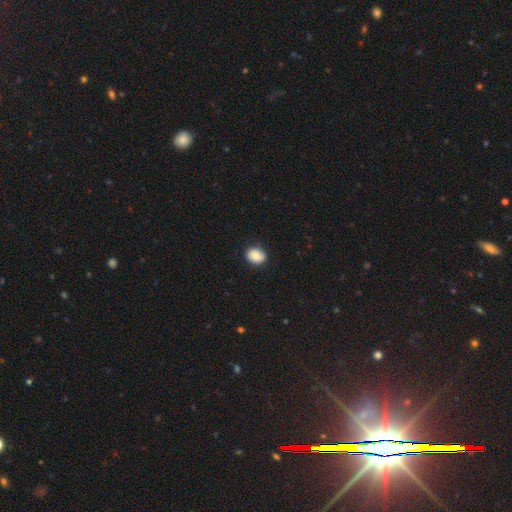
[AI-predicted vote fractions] A smooth galaxy with no disk features (82%) that is round (53%).

Vote fractions:
- Smooth or featured? smooth: 82% / featured or disk: 10% / star or artifact: 8%
- How rounded? round: 53% / in between: 46% / cigar-shaped: 1%
- Merging? none: 83% / minor disturbance: 13% / major disturbance: 3% / merger: 1%